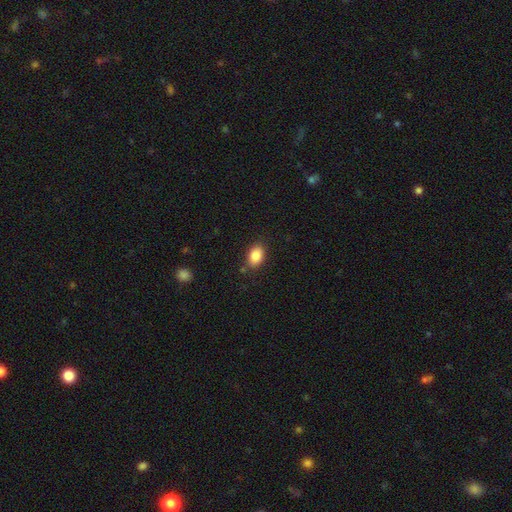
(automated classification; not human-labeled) smooth 86%, star or artifact 8%, featured or disk 6%. Down the decision tree: how rounded — in between (84%); merging — none (81%).